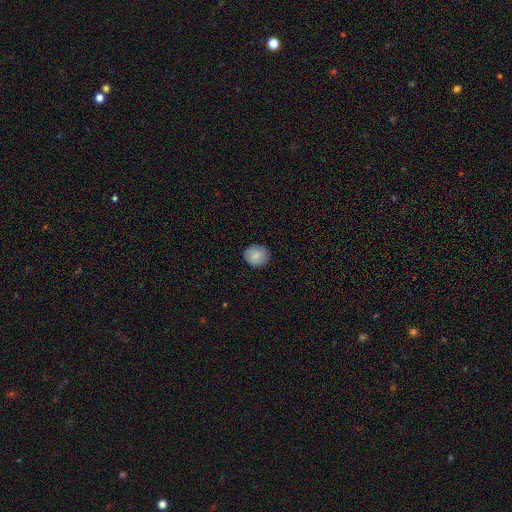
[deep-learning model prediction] smooth 84%, featured or disk 8%, star or artifact 7%. Down the decision tree: how rounded — round (80%); merging — none (86%).